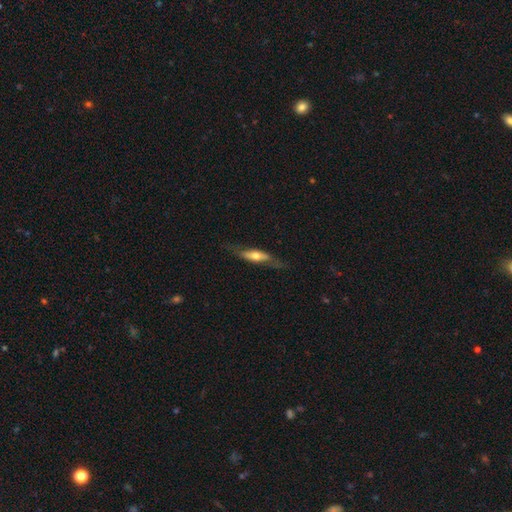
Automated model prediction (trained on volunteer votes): Smooth or featured? featured or disk (51%)
Edge-on disk? yes (69%)
Merging? none (69%)